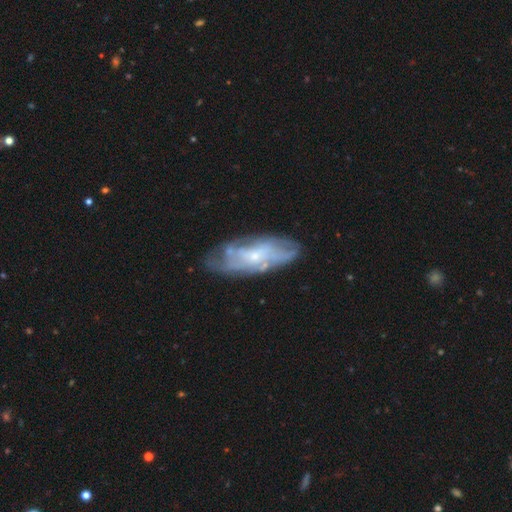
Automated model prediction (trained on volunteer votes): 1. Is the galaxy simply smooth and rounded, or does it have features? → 69% featured or disk, 24% smooth, 7% star or artifact.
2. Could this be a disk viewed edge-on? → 87% no, 13% yes.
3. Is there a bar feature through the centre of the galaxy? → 74% no, 22% weak, 4% strong.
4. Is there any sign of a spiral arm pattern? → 68% yes, 32% no.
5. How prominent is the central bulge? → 73% small, 20% moderate, 4% none, 1% large, 1% dominant.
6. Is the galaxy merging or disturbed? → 67% none, 22% minor disturbance, 8% major disturbance, 3% merger.